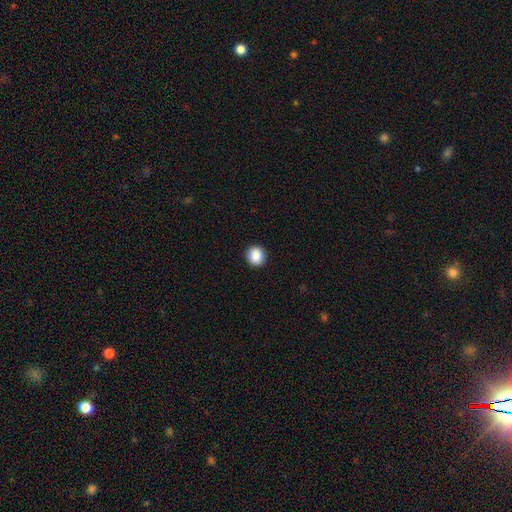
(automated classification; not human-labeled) Smooth or featured? Predicted: smooth (p=0.87). How rounded? Predicted: round (p=0.87). Merging? Predicted: none (p=0.92).